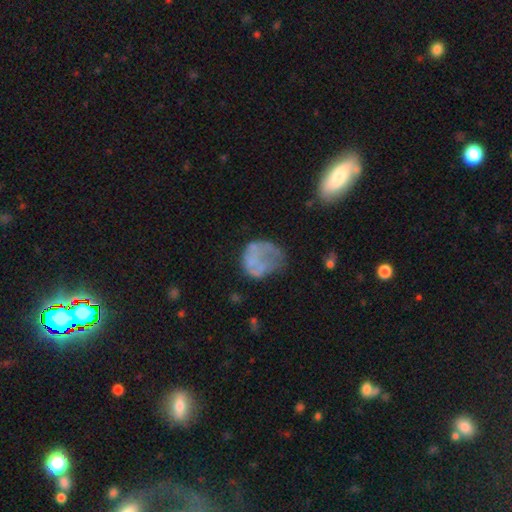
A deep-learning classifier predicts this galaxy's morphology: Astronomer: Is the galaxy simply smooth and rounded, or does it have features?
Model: smooth — 50% (runner-up: featured or disk, 37%).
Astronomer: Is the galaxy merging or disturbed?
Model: major disturbance — 34%, tied with none at 34%.